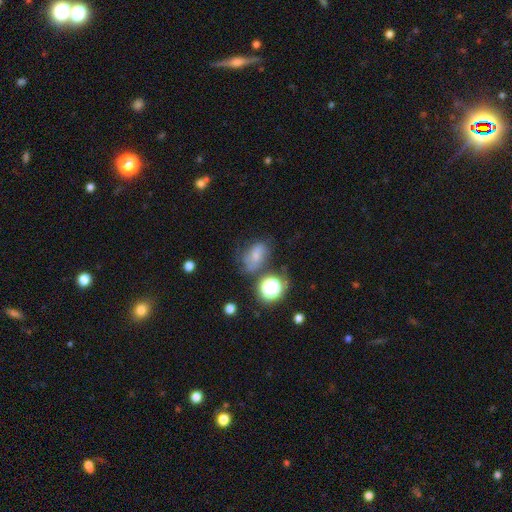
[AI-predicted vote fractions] Q: Smooth or featured?
A: smooth (51%); runner-up: featured or disk (30%)
Q: How rounded?
A: in between (74%); runner-up: round (24%)
Q: Merging?
A: none (48%); runner-up: minor disturbance (27%)